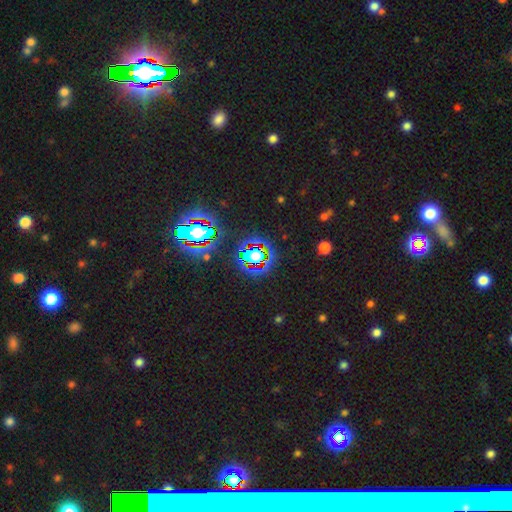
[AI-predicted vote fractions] Overall: star or artifact (66%).